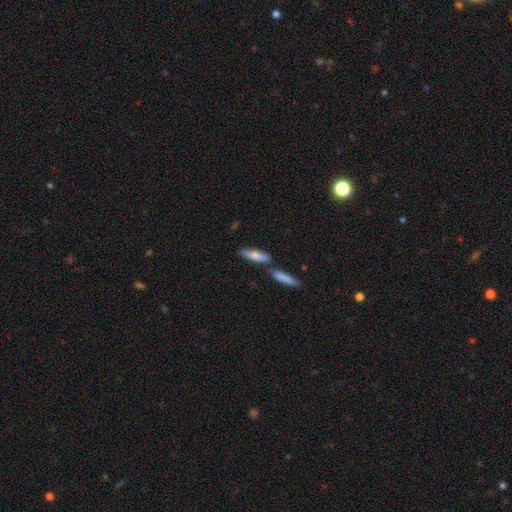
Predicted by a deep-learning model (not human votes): Smooth or featured?
  - smooth: 73% *
  - featured or disk: 21%
  - star or artifact: 6%
How rounded?
  - cigar-shaped: 68% *
  - in between: 30%
  - round: 2%
Merging?
  - none: 64% *
  - merger: 22%
  - minor disturbance: 11%
  - major disturbance: 3%